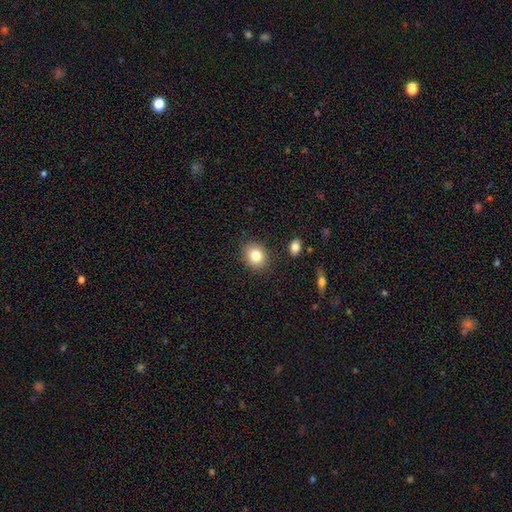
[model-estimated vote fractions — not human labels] Q: Smooth or featured?
A: smooth (82%); runner-up: star or artifact (9%)
Q: How rounded?
A: round (61%); runner-up: in between (38%)
Q: Merging?
A: none (87%); runner-up: minor disturbance (8%)